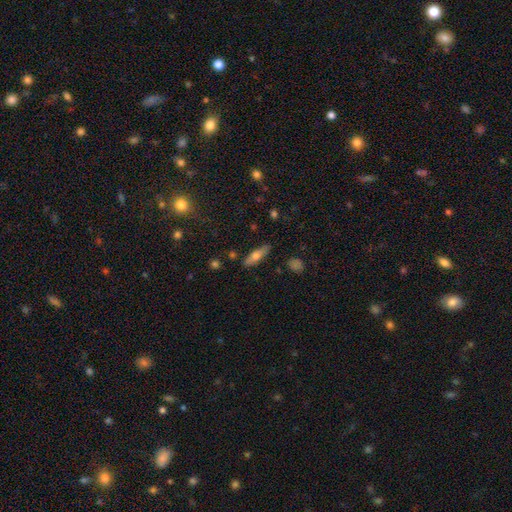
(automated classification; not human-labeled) A smooth galaxy with no disk features (60%) that is cigar-shaped (56%). Merging: none (84%).